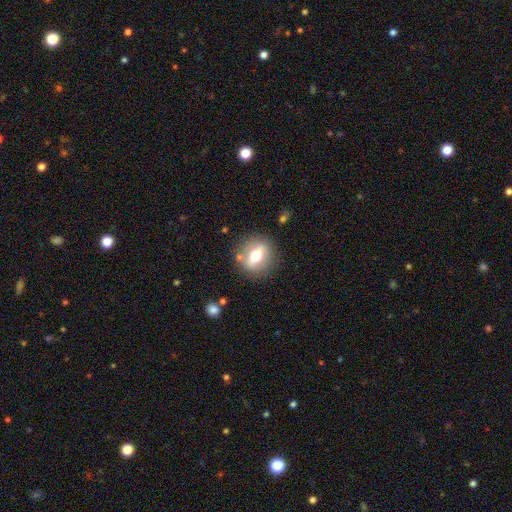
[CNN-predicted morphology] Overall: featured or disk (46%; smooth 45%). Merging: none (84%).